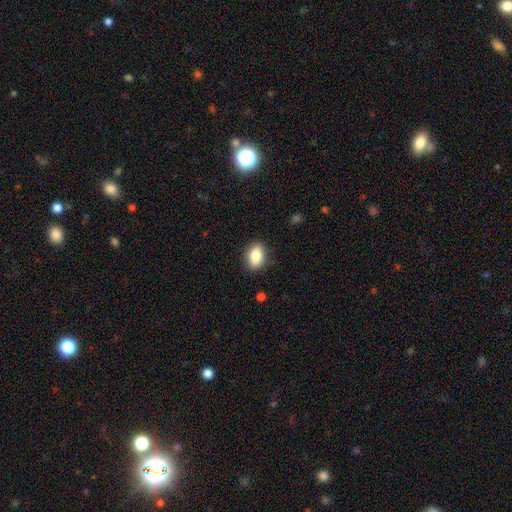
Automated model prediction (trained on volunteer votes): The model was most divided on "how rounded": in between: 79%, round: 18%, cigar-shaped: 2%. More confident: merging — none (86%); smooth or featured — smooth (83%).